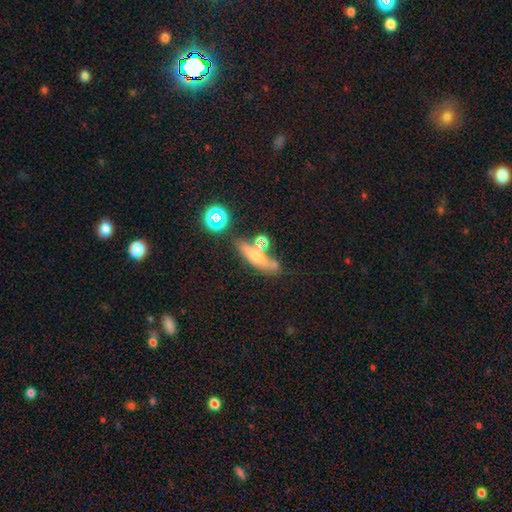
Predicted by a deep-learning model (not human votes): smooth_or_featured: smooth (p=0.47) [alt: featured or disk p=0.38]
merging: none (p=0.60) [alt: merger p=0.18]